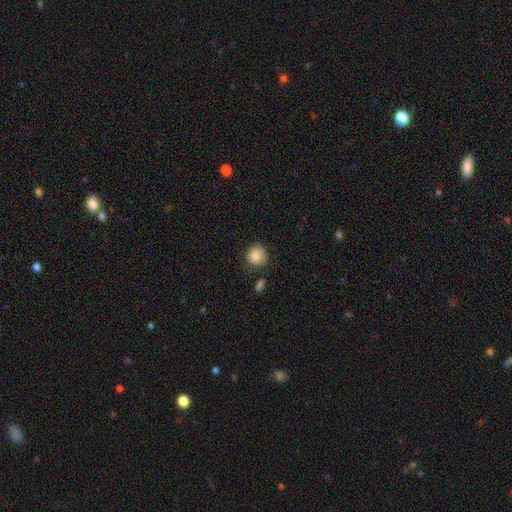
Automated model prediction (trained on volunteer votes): Smooth or featured? Predicted: smooth (p=0.83). How rounded? Predicted: round (p=0.90). Merging? Predicted: none (p=0.74).